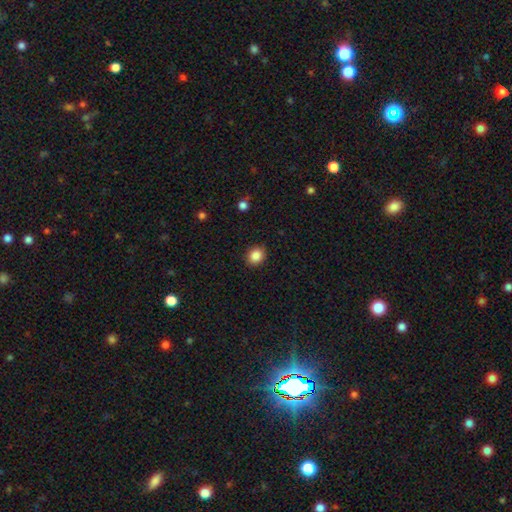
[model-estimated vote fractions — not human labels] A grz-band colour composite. It shows a smooth galaxy with no disk features (86%) that is round (65%). Merging: none (89%).